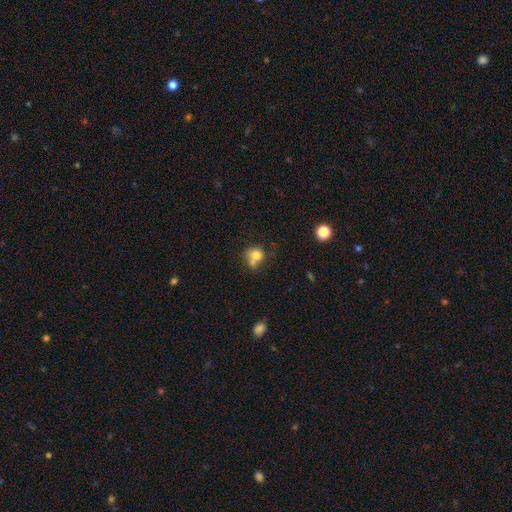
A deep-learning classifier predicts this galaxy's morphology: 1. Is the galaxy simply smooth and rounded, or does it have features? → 75% smooth, 14% featured or disk, 11% star or artifact.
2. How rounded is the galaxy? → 67% round, 32% in between, 1% cigar-shaped.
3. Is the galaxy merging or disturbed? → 39% merger, 36% none, 16% minor disturbance, 9% major disturbance.